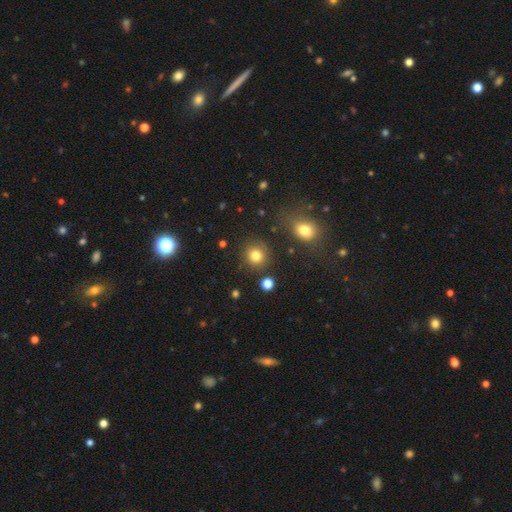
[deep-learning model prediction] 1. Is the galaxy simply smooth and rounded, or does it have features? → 80% smooth, 13% star or artifact, 7% featured or disk.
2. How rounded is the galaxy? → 88% round, 11% in between, 1% cigar-shaped.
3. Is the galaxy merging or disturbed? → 82% none, 10% minor disturbance, 4% merger, 4% major disturbance.